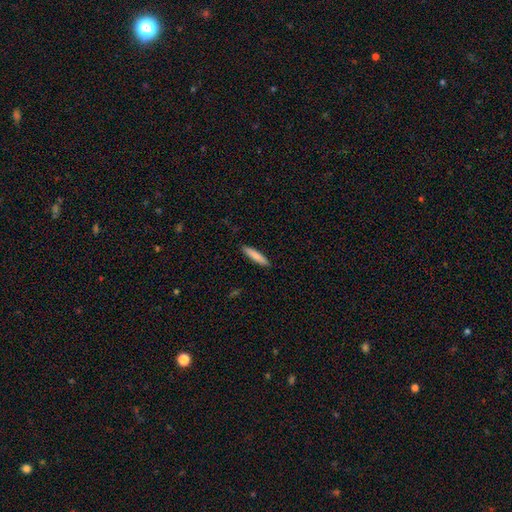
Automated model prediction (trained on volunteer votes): Smooth or featured?
  - smooth: 82% *
  - featured or disk: 12%
  - star or artifact: 6%
How rounded?
  - cigar-shaped: 89% *
  - in between: 10%
  - round: 1%
Merging?
  - none: 91% *
  - minor disturbance: 6%
  - major disturbance: 2%
  - merger: 1%